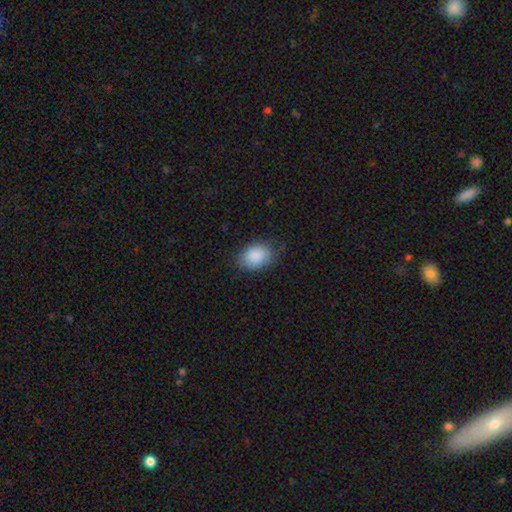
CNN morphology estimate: A smooth galaxy with no disk features (89%) that is in between round and cigar-shaped (79%). Merging: none (78%).